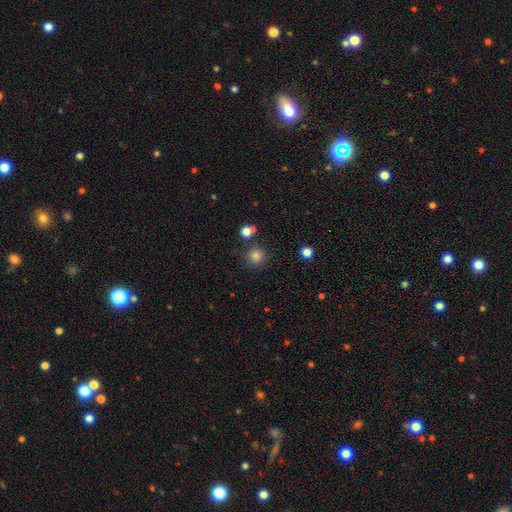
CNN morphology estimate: Smooth or featured?
  - smooth: 82% *
  - star or artifact: 13%
  - featured or disk: 5%
How rounded?
  - round: 92% *
  - in between: 7%
  - cigar-shaped: 1%
Merging?
  - none: 81% *
  - minor disturbance: 9%
  - merger: 7%
  - major disturbance: 3%